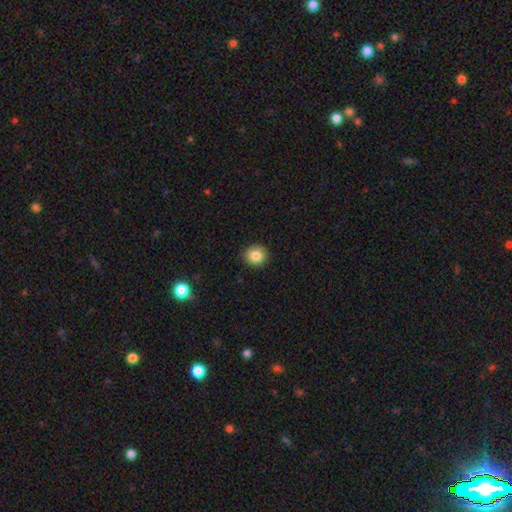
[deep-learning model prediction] Smooth or featured? Predicted: smooth (p=0.85). How rounded? Predicted: round (p=0.91). Merging? Predicted: none (p=0.90).